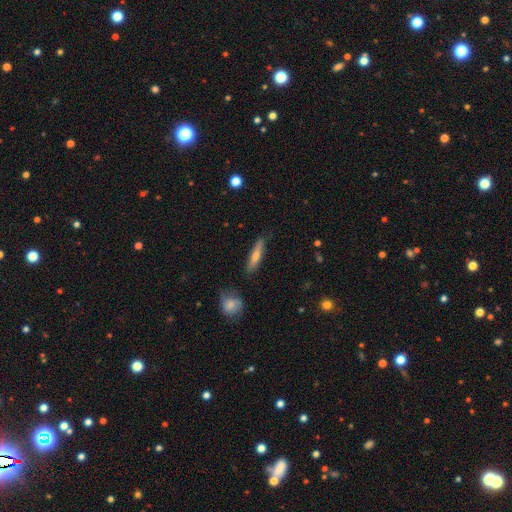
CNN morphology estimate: This appears to be a smooth galaxy with no disk features (47%). Merging: none (80%).